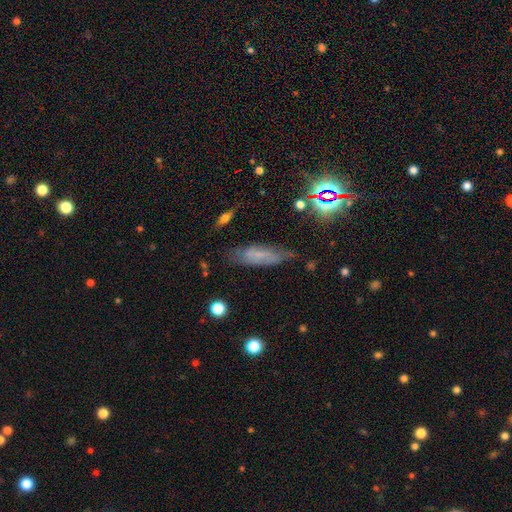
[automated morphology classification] A smooth galaxy with no disk features (47%).

Vote fractions:
- Smooth or featured? smooth: 47% / featured or disk: 38% / star or artifact: 16%
- Merging? none: 62% / minor disturbance: 26% / major disturbance: 8% / merger: 3%